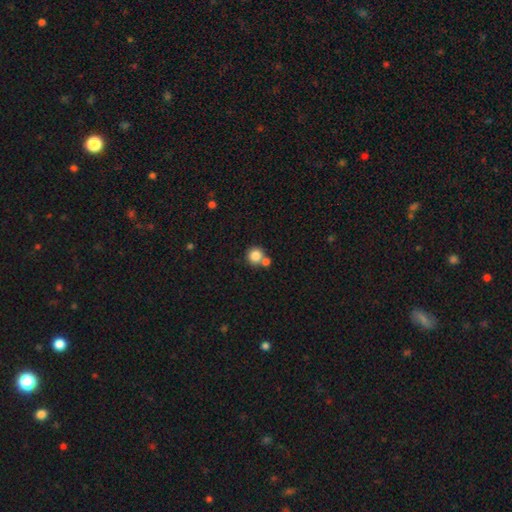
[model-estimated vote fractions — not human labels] Smooth or featured? smooth (83%)
How rounded? round (92%)
Merging? none (58%)